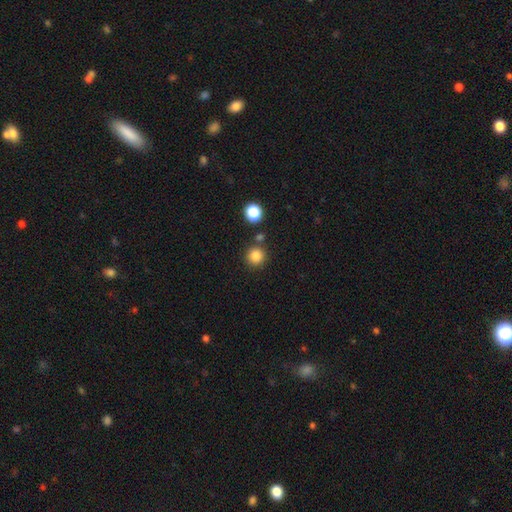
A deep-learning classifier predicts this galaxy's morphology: smooth 84%, star or artifact 12%, featured or disk 4%. Down the decision tree: how rounded — round (94%); merging — none (81%).